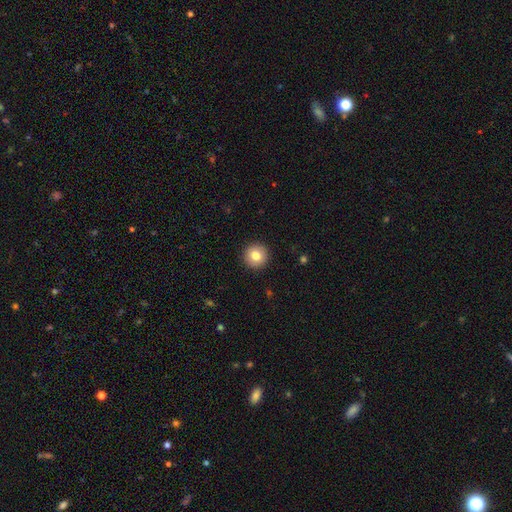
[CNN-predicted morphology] type=smooth (79%); roundness=round (96%); merging=none (93%).